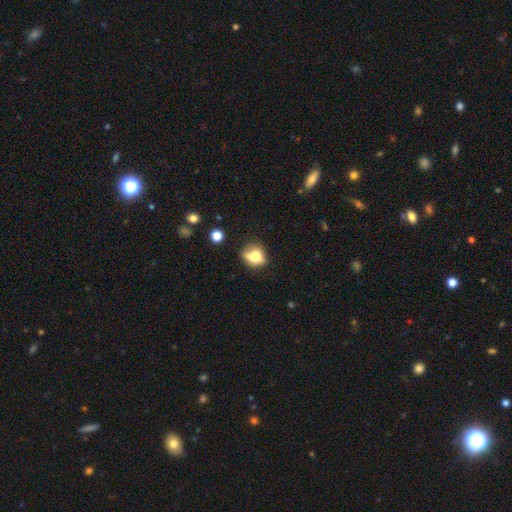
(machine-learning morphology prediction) smooth_or_featured: smooth (p=0.65) [alt: featured or disk p=0.23]
how_rounded: round (p=0.60) [alt: in between p=0.38]
merging: none (p=0.53) [alt: minor disturbance p=0.25]